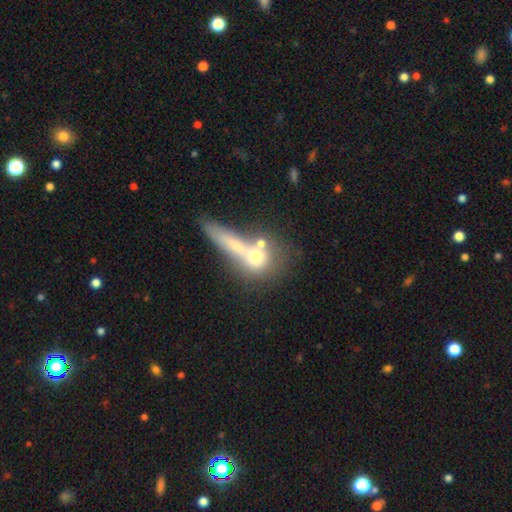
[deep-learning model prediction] A smooth galaxy with no disk features (58%) that is round (60%). Merging: merger (47%).